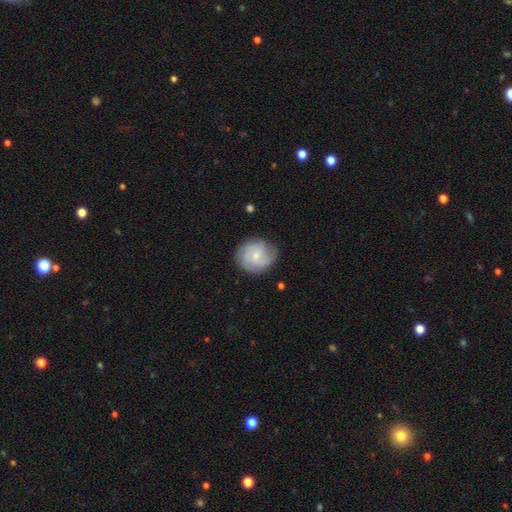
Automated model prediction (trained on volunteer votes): smooth_or_featured: featured or disk (p=0.62) [alt: smooth p=0.32]
disk_edge_on: no (p=0.98) [alt: yes p=0.02]
bar: no (p=0.67) [alt: weak p=0.30]
has_spiral_arms: yes (p=0.92) [alt: no p=0.08]
spiral_winding: tight (p=0.46) [alt: medium p=0.39]
spiral_arm_count: can't tell (p=0.29) [tied with: 3 p=0.29]
bulge_size: small (p=0.65) [alt: moderate p=0.29]
merging: none (p=0.77) [alt: minor disturbance p=0.17]